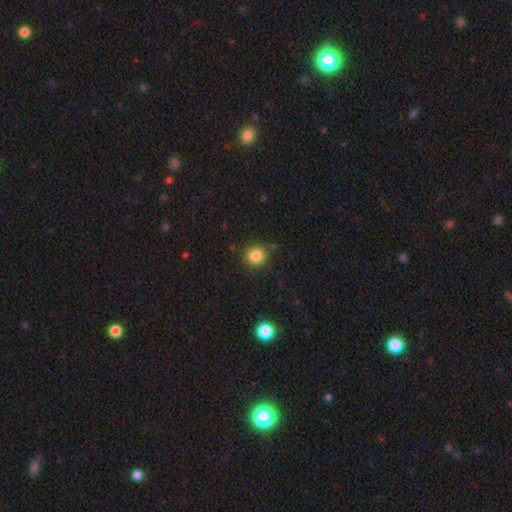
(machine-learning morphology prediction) Q: Smooth or featured?
A: smooth (85%); runner-up: star or artifact (11%)
Q: How rounded?
A: round (88%); runner-up: in between (11%)
Q: Merging?
A: none (87%); runner-up: minor disturbance (8%)